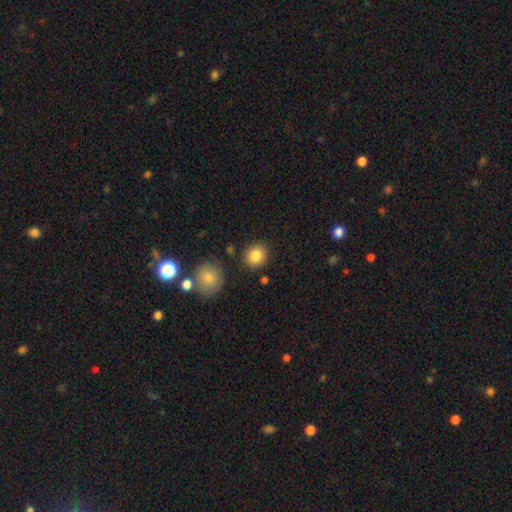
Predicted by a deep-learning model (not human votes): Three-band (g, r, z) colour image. It shows a smooth galaxy with no disk features (86%) that is round (79%). Merging: none (85%).